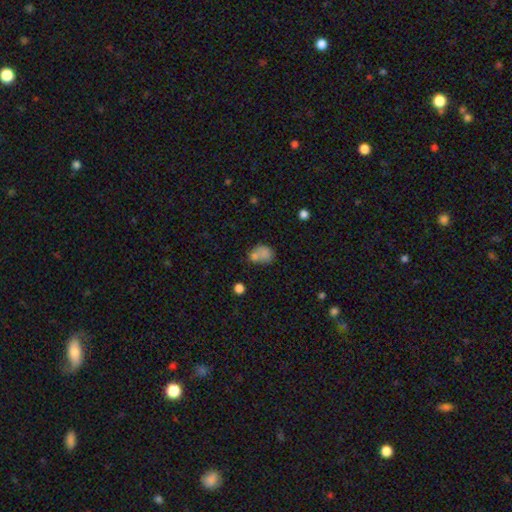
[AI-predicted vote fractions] The model was most divided on "how rounded": in between: 50%, round: 48%, cigar-shaped: 1%. Remaining: smooth or featured — smooth (75%); merging — merger (41%).